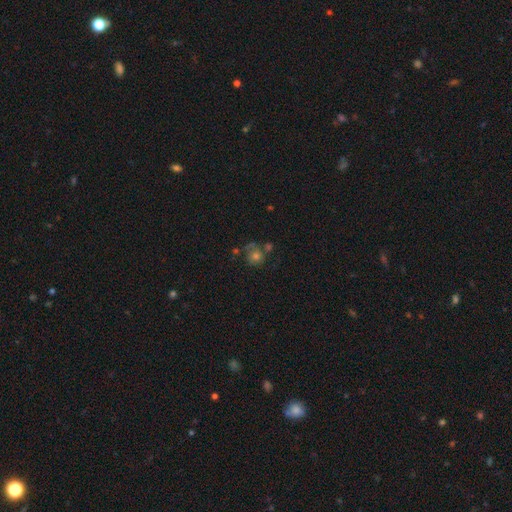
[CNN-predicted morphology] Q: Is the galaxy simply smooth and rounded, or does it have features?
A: smooth — 46%.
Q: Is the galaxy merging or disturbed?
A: none — 54%.